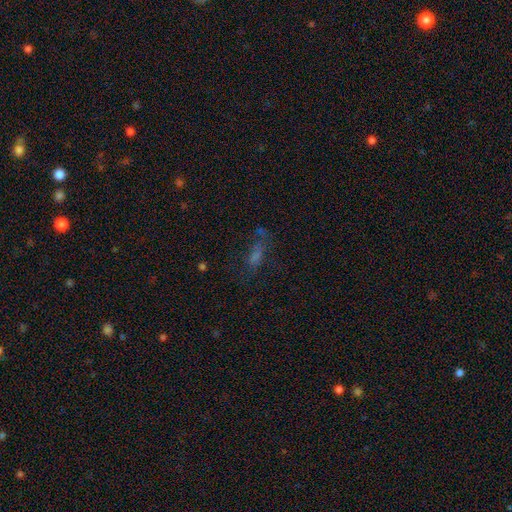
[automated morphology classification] Overall: smooth (45%; star or artifact 32%). Merging: none (49%; major disturbance 23%).